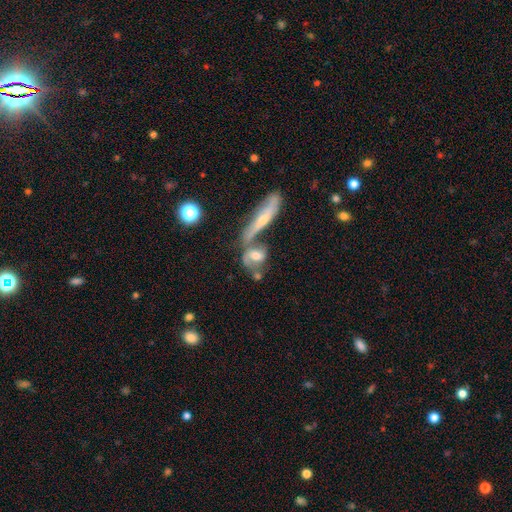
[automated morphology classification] smooth_or_featured: featured or disk (p=0.53) [alt: smooth p=0.38]
disk_edge_on: no (p=0.69) [alt: yes p=0.31]
merging: merger (p=0.50) [alt: none p=0.28]